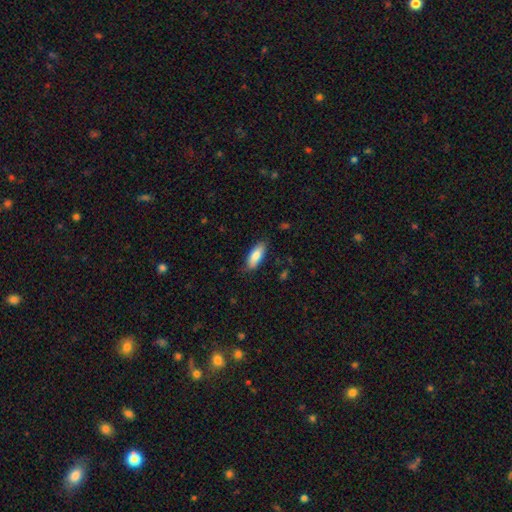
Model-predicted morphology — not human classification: Smooth or featured?
  - smooth: 83% *
  - featured or disk: 10%
  - star or artifact: 6%
How rounded?
  - in between: 79% *
  - cigar-shaped: 19%
  - round: 2%
Merging?
  - none: 81% *
  - minor disturbance: 15%
  - major disturbance: 3%
  - merger: 1%